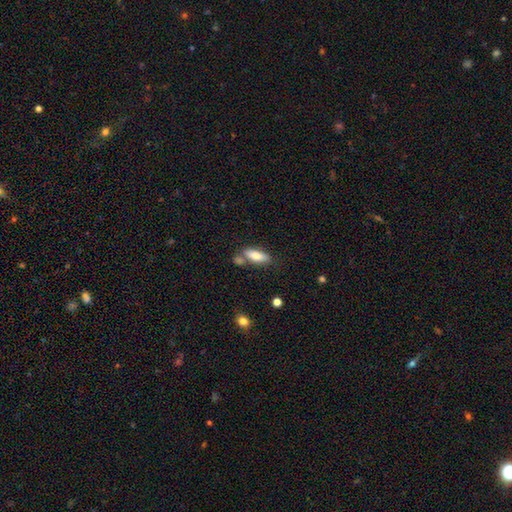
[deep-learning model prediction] A smooth galaxy with no disk features (75%) that is in between round and cigar-shaped (63%). Merging: none (61%).